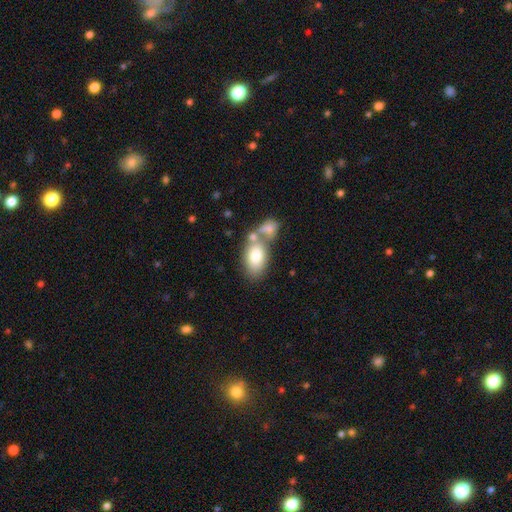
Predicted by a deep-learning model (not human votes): A smooth galaxy with no disk features (76%) that is in between round and cigar-shaped (91%). Merging: merger (42%).